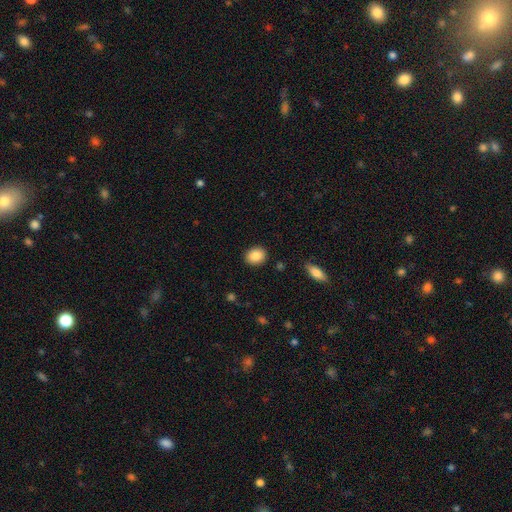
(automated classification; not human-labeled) Smooth or featured: smooth — 86% (star or artifact — 8%)
How rounded: round — 59% (in between — 40%)
Merging: none — 89% (minor disturbance — 7%)